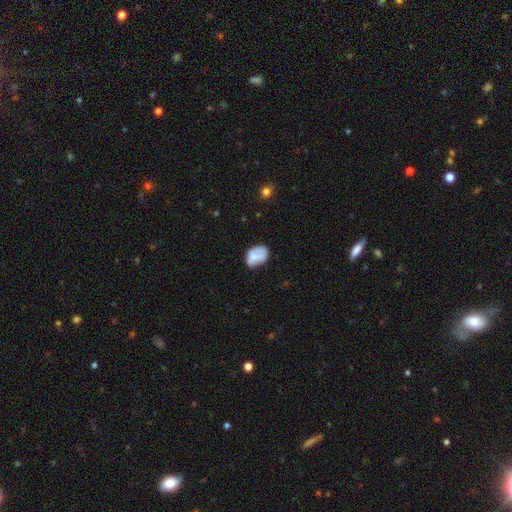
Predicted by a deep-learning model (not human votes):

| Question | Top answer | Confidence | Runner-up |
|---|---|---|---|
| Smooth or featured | smooth | 71% | featured or disk (21%) |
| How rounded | in between | 78% | round (21%) |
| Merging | none | 50% | minor disturbance (32%) |